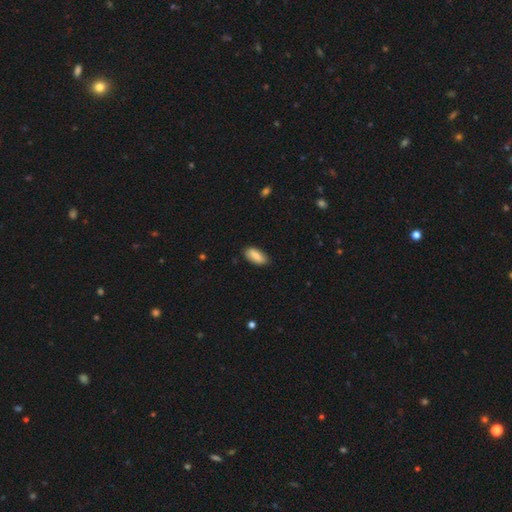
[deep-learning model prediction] The model was most divided on "merging": none: 83%, minor disturbance: 13%, major disturbance: 2%, merger: 1%. More confident: how rounded — in between (85%); smooth or featured — smooth (82%).